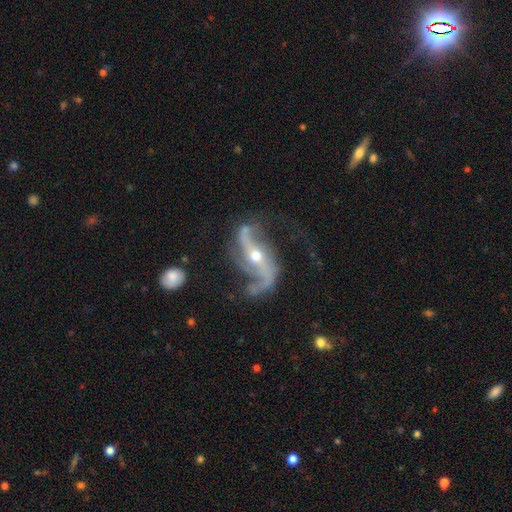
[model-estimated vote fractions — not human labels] Smooth or featured? Predicted: featured or disk (p=0.91). Edge-on disk? Predicted: no (p=0.95). Bar? Predicted: strong (p=0.45). Spiral arms? Predicted: yes (p=0.97). Spiral winding? Predicted: loose (p=0.78). Spiral arm count? Predicted: 2 (p=0.93). Bulge size? Predicted: small (p=0.50). Merging? Predicted: none (p=0.61).